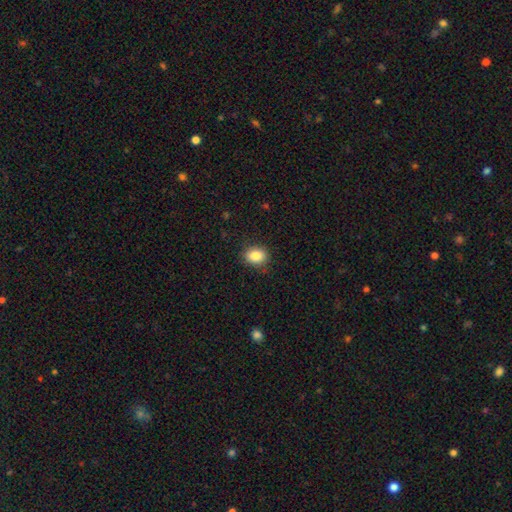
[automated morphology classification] Q: Smooth or featured?
A: smooth (85%); runner-up: star or artifact (9%)
Q: How rounded?
A: in between (53%); runner-up: round (46%)
Q: Merging?
A: none (86%); runner-up: minor disturbance (11%)